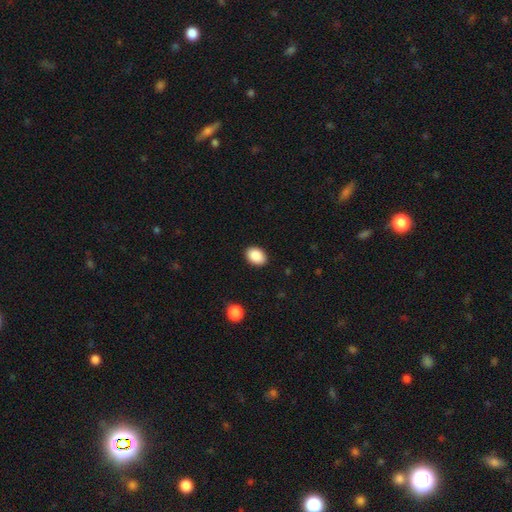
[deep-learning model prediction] A smooth galaxy with no disk features (90%) that is in between round and cigar-shaped (82%). Merging: none (90%).